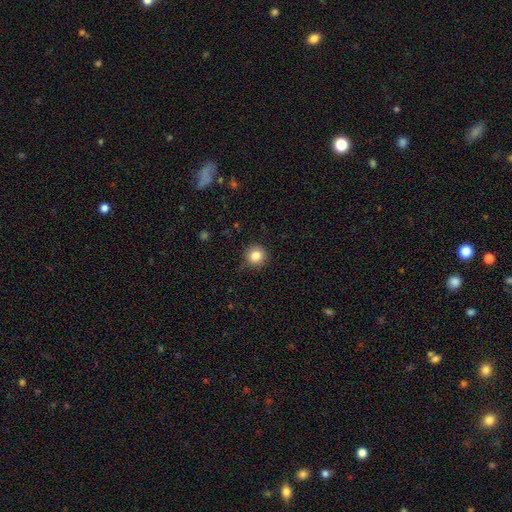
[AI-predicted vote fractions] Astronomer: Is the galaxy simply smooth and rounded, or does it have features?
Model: smooth — 84%.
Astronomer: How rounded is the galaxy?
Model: round — 92%.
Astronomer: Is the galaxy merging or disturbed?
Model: none — 87%.